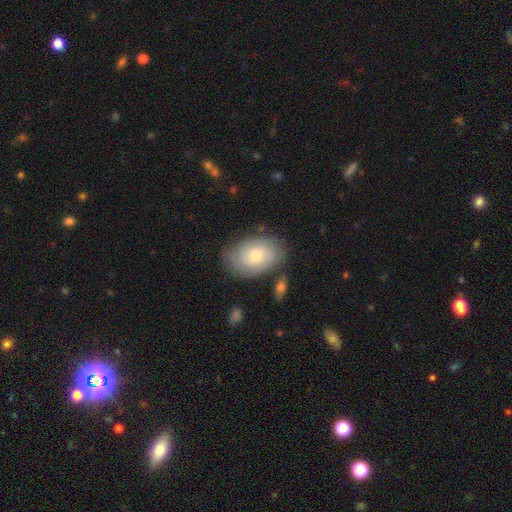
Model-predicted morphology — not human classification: Overall: smooth (47%; featured or disk 45%). Merging: none (75%).